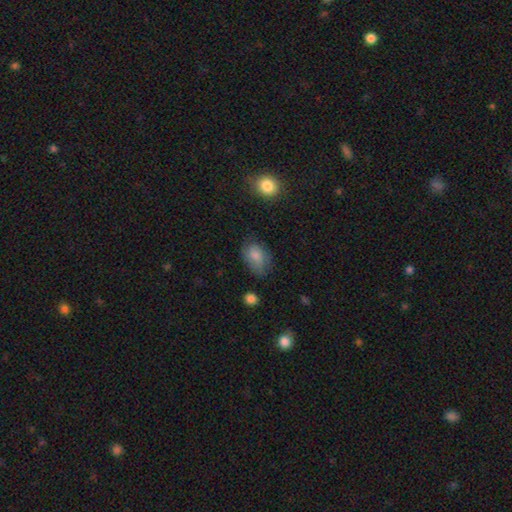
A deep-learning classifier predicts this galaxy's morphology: Smooth or featured? smooth (80%)
How rounded? in between (81%)
Merging? none (59%)